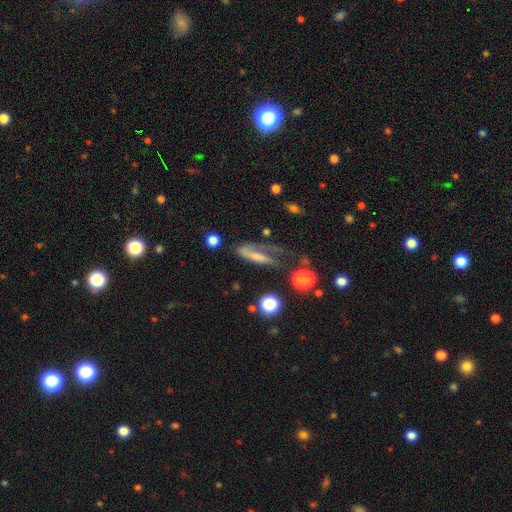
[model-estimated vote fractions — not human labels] Smooth or featured: smooth — 47% (featured or disk — 41%)
Merging: major disturbance — 43% (none — 28%)